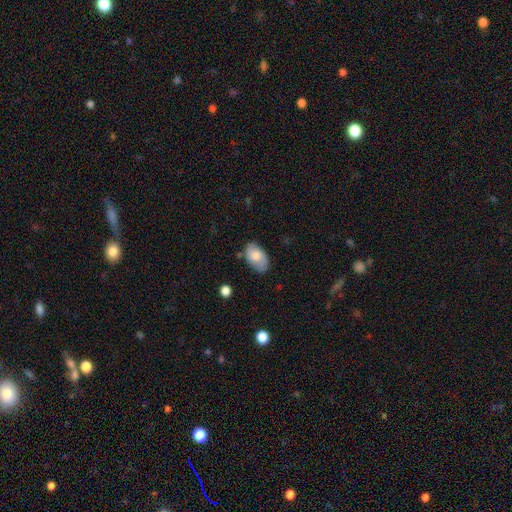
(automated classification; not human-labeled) Smooth or featured? smooth (70%)
How rounded? in between (92%)
Merging? none (70%)